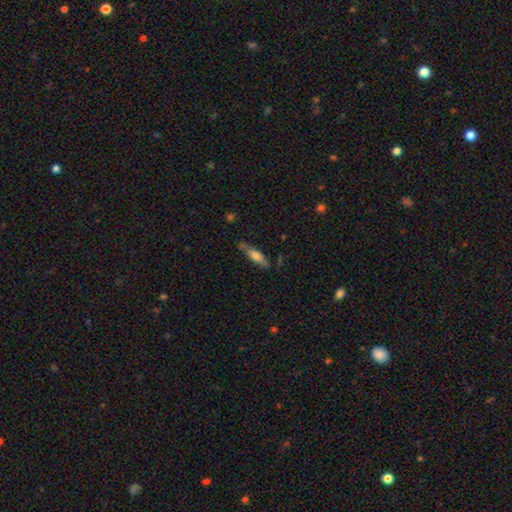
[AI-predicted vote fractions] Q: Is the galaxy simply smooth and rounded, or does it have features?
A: smooth — 56%.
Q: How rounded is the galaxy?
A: cigar-shaped — 72%.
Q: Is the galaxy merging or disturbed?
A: none — 73%.